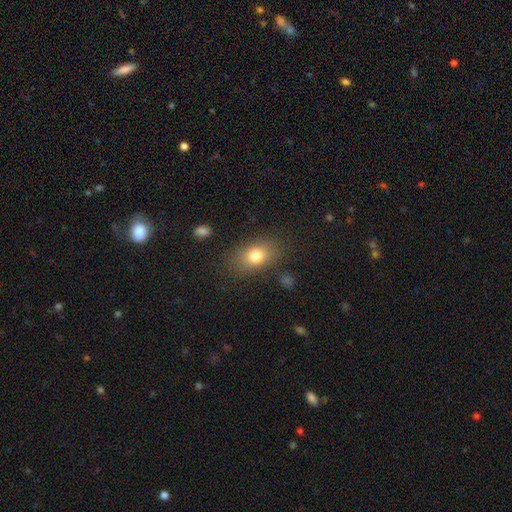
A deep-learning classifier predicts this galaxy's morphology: A smooth galaxy with no disk features (78%) that is in between round and cigar-shaped (75%). Merging: none (79%).